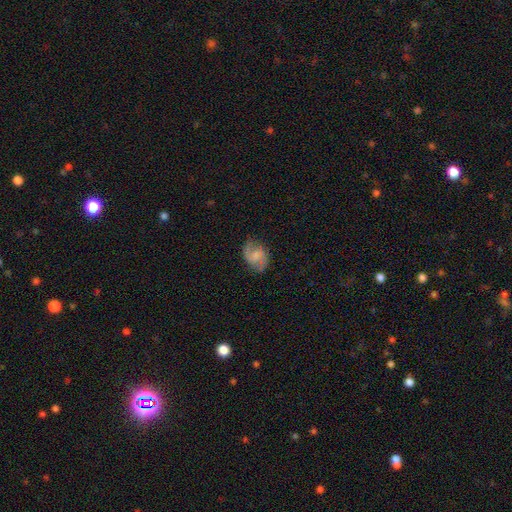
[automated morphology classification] Overall: featured or disk (65%; smooth 27%). Edge-on disk: no (98%). Bar: weak (49%; no 41%). Spiral arms: yes (92%). Spiral arm count: 2 (87%). Spiral winding: medium (50%; loose 32%). Bulge size: none (35%; small 31%). Merging: none (74%).